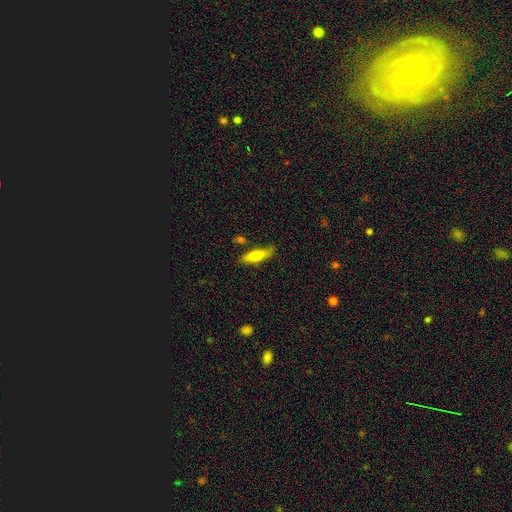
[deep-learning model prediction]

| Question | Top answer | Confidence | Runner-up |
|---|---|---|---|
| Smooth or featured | smooth | 61% | featured or disk (33%) |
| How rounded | cigar-shaped | 66% | in between (32%) |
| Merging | none | 76% | minor disturbance (17%) |